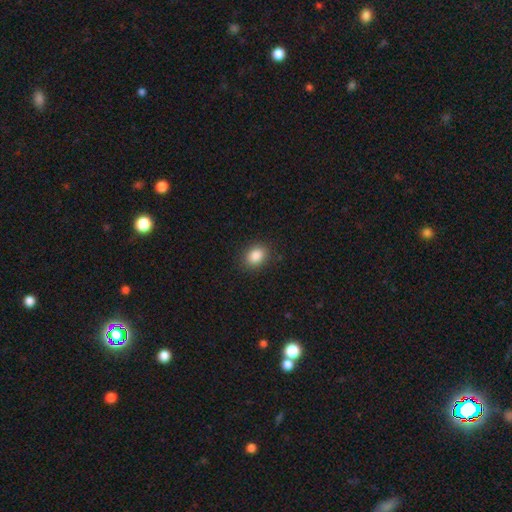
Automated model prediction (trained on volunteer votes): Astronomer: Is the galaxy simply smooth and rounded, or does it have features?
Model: smooth — 87%.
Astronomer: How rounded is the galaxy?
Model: in between — 63%.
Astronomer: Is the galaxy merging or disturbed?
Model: none — 87%.